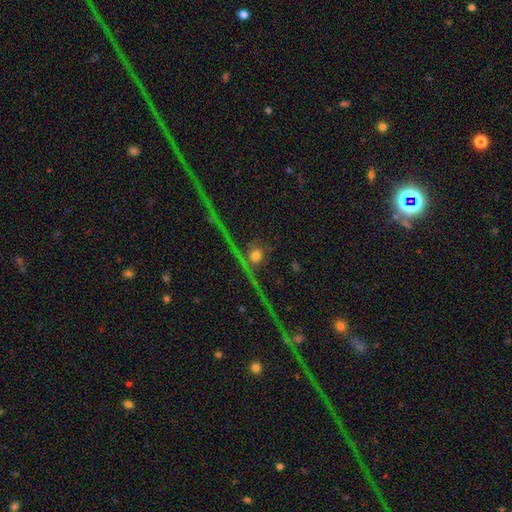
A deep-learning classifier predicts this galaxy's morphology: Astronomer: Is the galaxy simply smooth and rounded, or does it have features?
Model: smooth — 43% (runner-up: star or artifact, 35%).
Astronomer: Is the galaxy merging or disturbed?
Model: none — 63%.